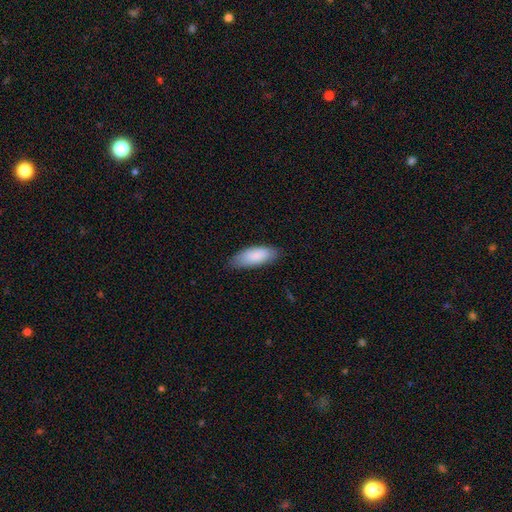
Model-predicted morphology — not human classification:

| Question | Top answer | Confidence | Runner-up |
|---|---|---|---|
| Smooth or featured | smooth | 87% | featured or disk (8%) |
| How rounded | in between | 77% | cigar-shaped (22%) |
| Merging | none | 78% | minor disturbance (18%) |